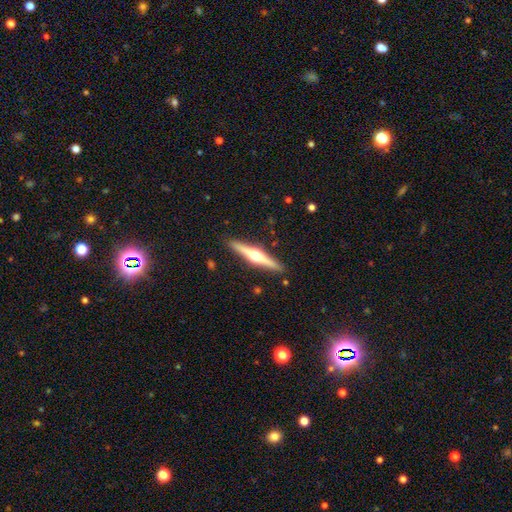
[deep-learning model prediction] featured or disk 75%, smooth 20%, star or artifact 5%. Down the decision tree: edge-on disk — yes (98%); edge-on bulge — rounded (96%); merging — none (91%).